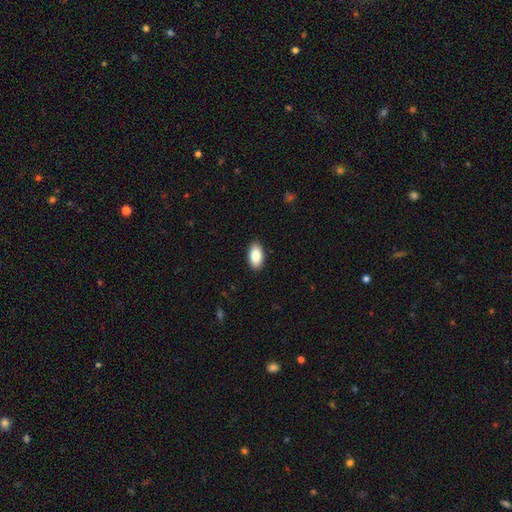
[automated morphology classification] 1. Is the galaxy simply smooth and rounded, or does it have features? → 87% smooth, 7% featured or disk, 7% star or artifact.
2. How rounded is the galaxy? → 93% in between, 3% round, 3% cigar-shaped.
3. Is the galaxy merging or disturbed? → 89% none, 9% minor disturbance, 2% major disturbance, 1% merger.